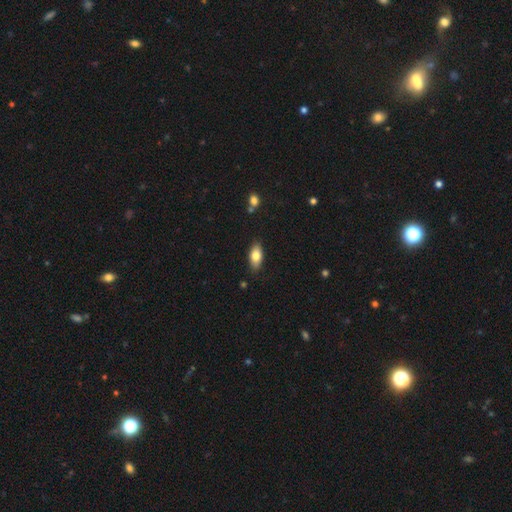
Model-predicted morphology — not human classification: smooth-or-featured: smooth: 77% | featured or disk: 16% | star or artifact: 7%
  how-rounded: in between: 87% | cigar-shaped: 10% | round: 4%
  merging: none: 86% | minor disturbance: 10% | major disturbance: 2% | merger: 1%